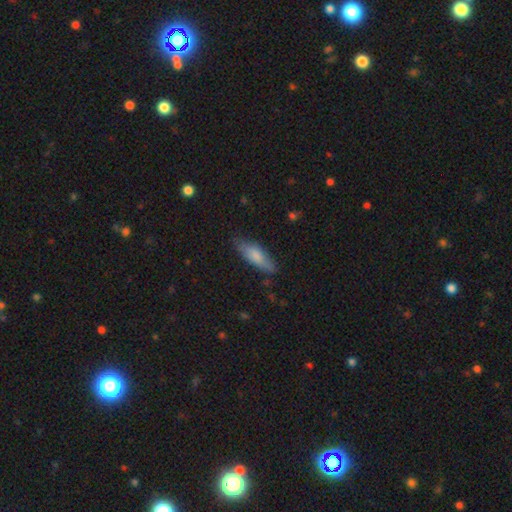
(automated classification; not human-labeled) Smooth or featured: smooth — 74% (featured or disk — 20%)
How rounded: in between — 57% (cigar-shaped — 42%)
Merging: none — 73% (minor disturbance — 22%)